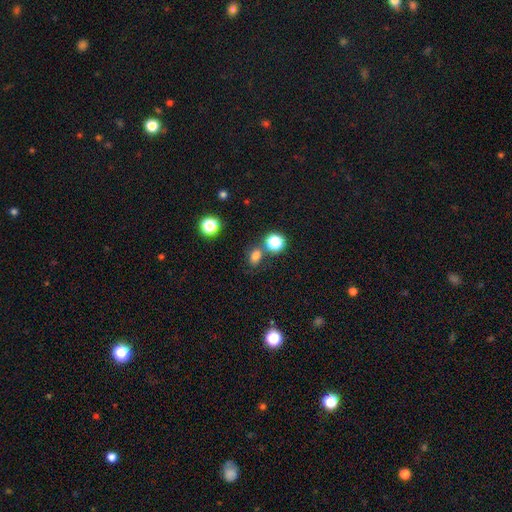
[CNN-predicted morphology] Smooth or featured: smooth — 75% (star or artifact — 18%)
How rounded: in between — 59% (round — 40%)
Merging: none — 67% (merger — 17%)